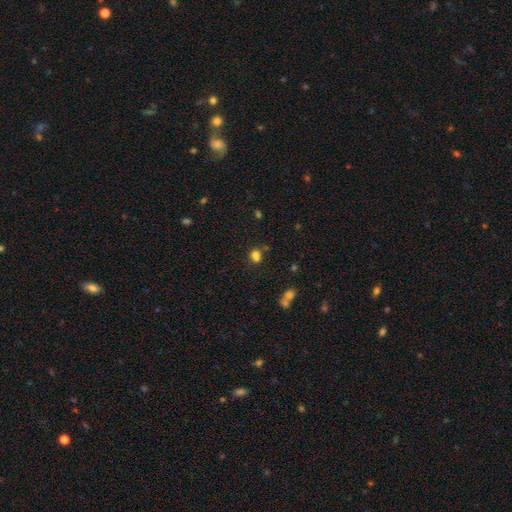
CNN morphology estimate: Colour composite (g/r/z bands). It shows a smooth galaxy with no disk features (77%) that is round (52%). Merging: none (58%).